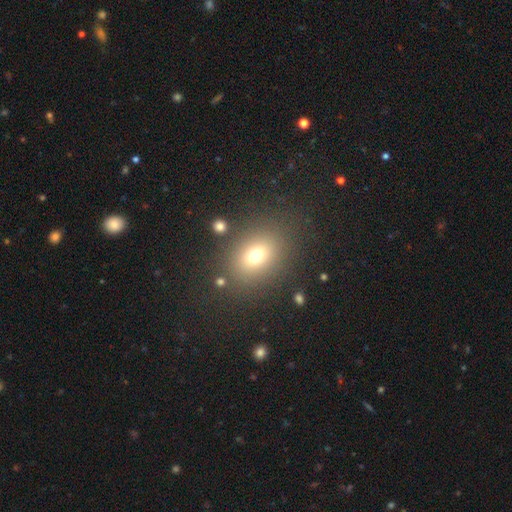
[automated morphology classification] Smooth or featured?
  - smooth: 72% *
  - star or artifact: 16%
  - featured or disk: 12%
How rounded?
  - in between: 60% *
  - round: 38%
  - cigar-shaped: 1%
Merging?
  - none: 81% *
  - minor disturbance: 10%
  - major disturbance: 5%
  - merger: 3%